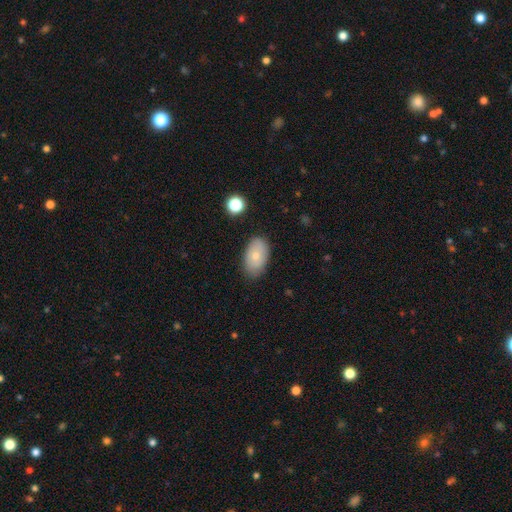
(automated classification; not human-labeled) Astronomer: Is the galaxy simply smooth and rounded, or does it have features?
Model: smooth — 72%.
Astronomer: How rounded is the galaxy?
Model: in between — 92%.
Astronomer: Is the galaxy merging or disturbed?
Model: none — 79%.